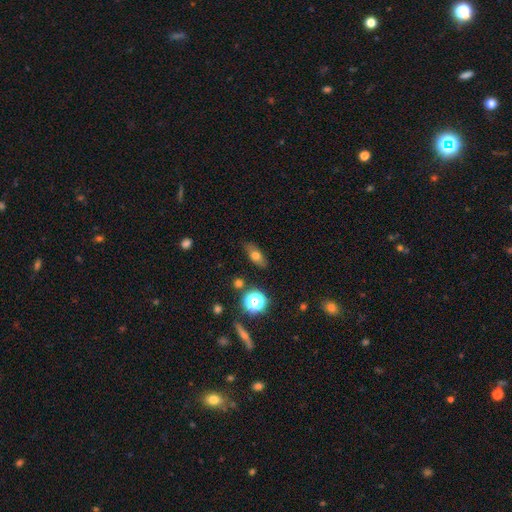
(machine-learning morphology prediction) Smooth or featured? Predicted: smooth (p=0.63). How rounded? Predicted: in between (p=0.68). Merging? Predicted: none (p=0.82).